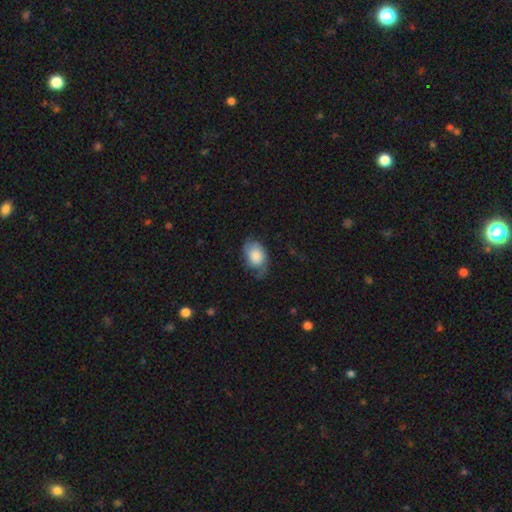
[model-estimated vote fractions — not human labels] This appears to be a smooth galaxy with no disk features (64%) that is in between round and cigar-shaped (81%). Merging: none (43%).